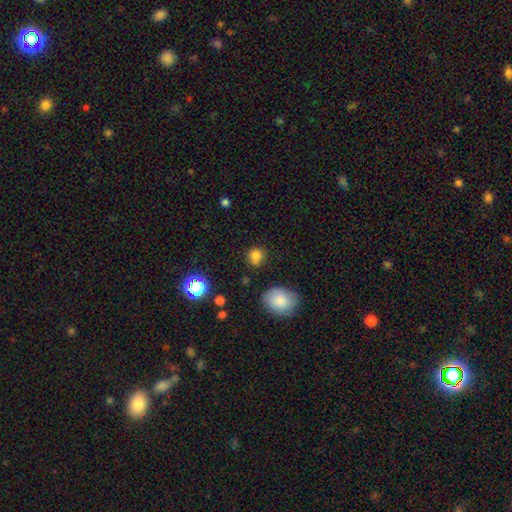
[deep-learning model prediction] A smooth galaxy with no disk features (80%) that is round (75%). Merging: none (71%).